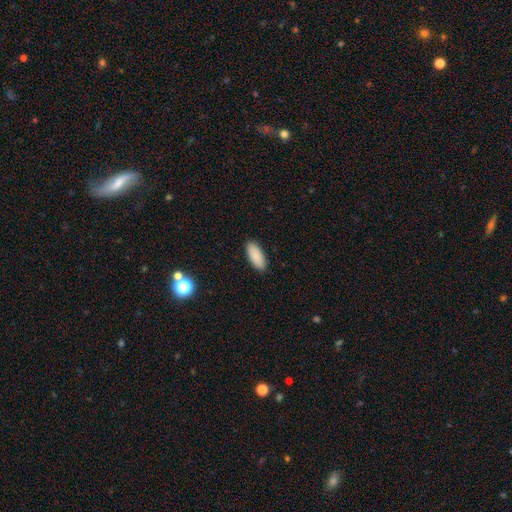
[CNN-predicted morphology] type=smooth (88%); roundness=in between (85%); merging=none (89%).